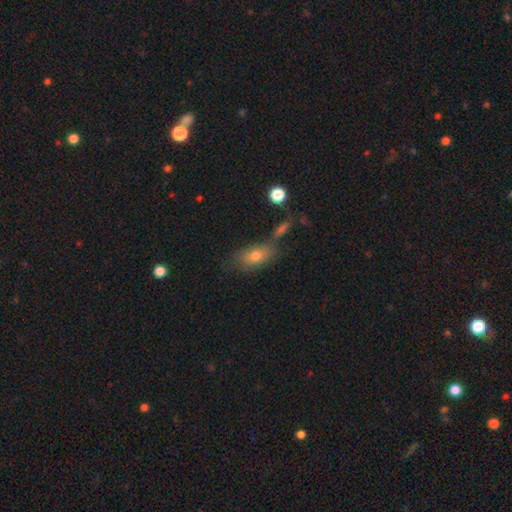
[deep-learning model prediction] Smooth or featured? smooth (70%)
How rounded? in between (83%)
Merging? none (54%)